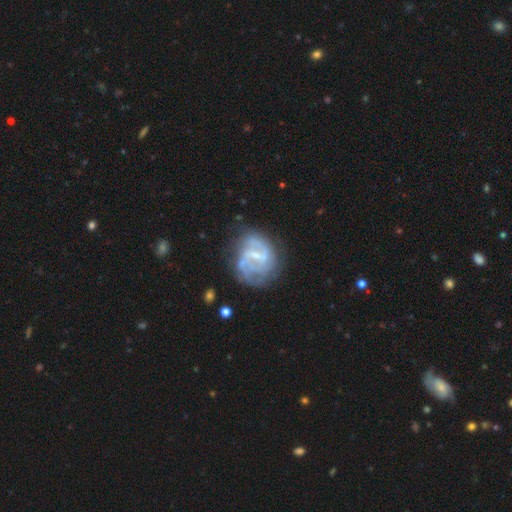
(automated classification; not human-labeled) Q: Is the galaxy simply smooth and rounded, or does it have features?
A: featured or disk — 81%.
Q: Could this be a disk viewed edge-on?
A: no — 98%.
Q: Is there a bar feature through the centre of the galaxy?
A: weak — 57%.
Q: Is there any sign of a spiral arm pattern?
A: yes — 88%.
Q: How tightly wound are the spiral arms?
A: medium — 45%.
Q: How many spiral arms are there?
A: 2 — 51%.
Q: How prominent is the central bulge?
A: small — 57%.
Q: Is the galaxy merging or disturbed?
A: none — 59%.